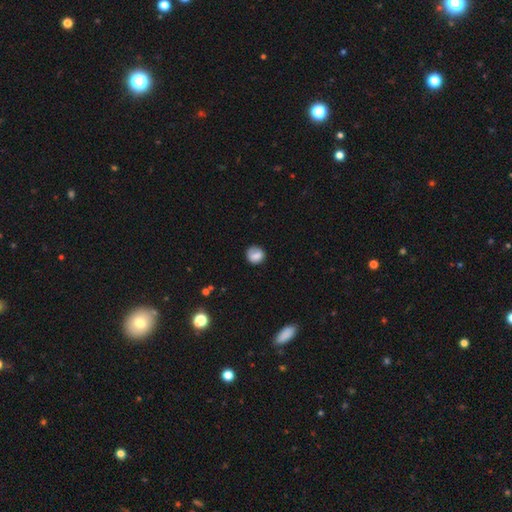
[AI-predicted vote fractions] Smooth or featured: smooth — 79% (featured or disk — 12%)
How rounded: round — 83% (in between — 16%)
Merging: none — 70% (minor disturbance — 20%)